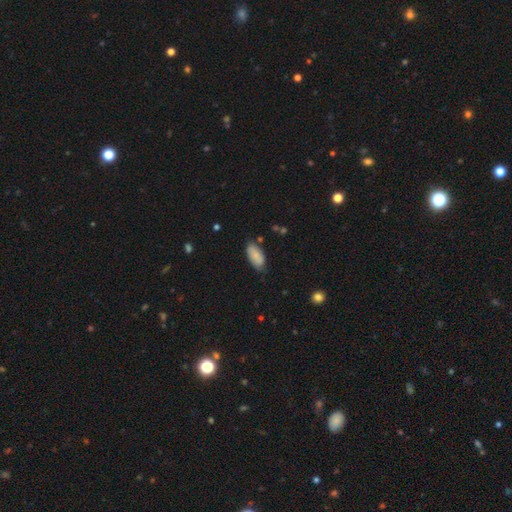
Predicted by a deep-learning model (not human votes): smooth-or-featured: smooth: 81% | featured or disk: 12% | star or artifact: 7%
  how-rounded: in between: 93% | cigar-shaped: 5% | round: 2%
  merging: none: 69% | minor disturbance: 25% | major disturbance: 4% | merger: 2%